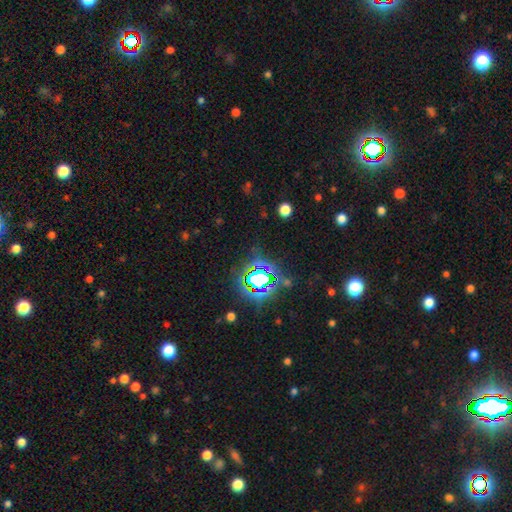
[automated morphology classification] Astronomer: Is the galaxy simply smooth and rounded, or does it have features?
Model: star or artifact — 80%.